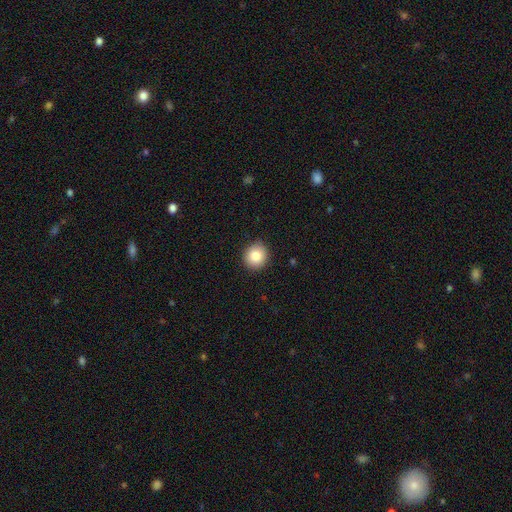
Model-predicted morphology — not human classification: type=smooth (85%); roundness=round (85%); merging=none (89%).